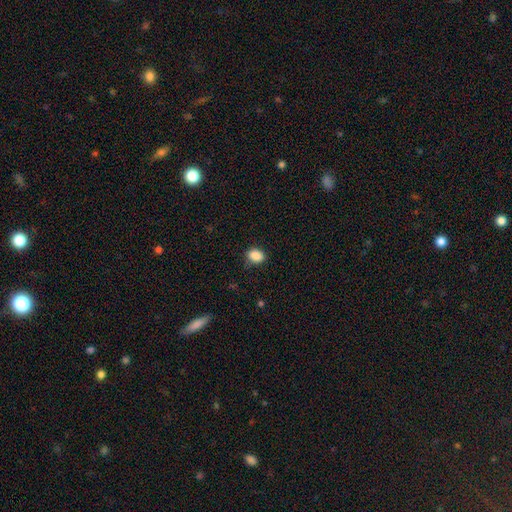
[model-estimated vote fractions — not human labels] smooth 88%, star or artifact 9%, featured or disk 3%. Down the decision tree: how rounded — in between (73%); merging — none (80%).